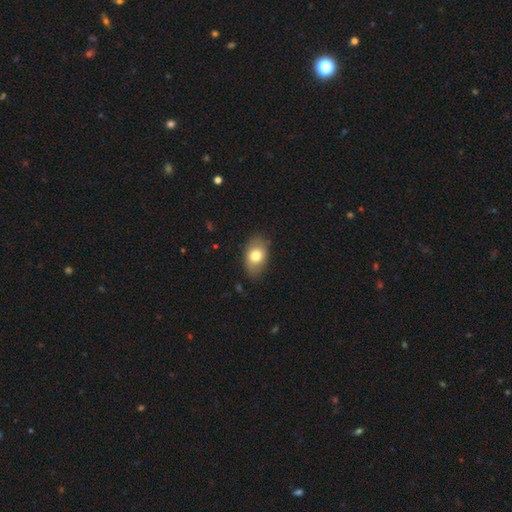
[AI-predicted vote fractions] Smooth or featured? smooth (76%)
How rounded? in between (87%)
Merging? none (82%)